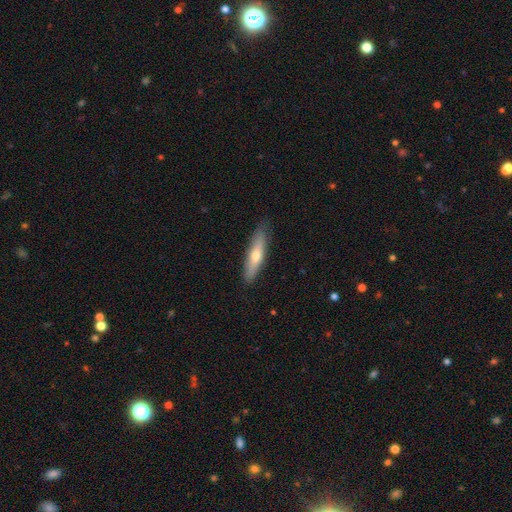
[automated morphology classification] This is possibly a smooth galaxy (55%). How rounded: likely cigar-shaped (79%). Merging: clearly none (87%).